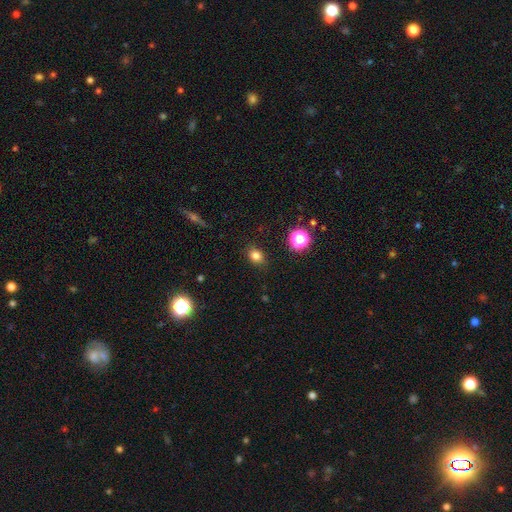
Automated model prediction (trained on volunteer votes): Morphology: type=smooth (80%); roundness=in between (51%); merging=none (87%).